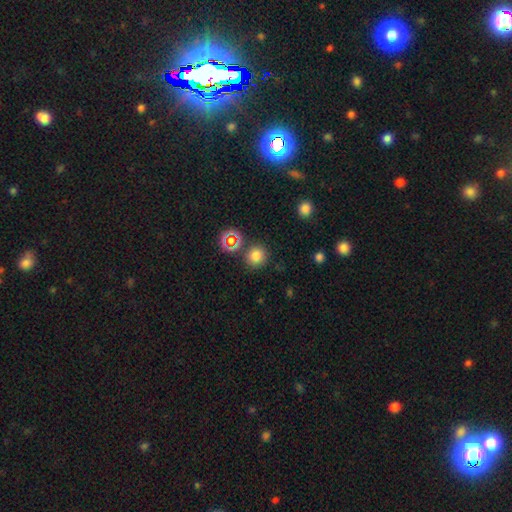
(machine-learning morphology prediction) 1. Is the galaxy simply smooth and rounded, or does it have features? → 76% smooth, 18% star or artifact, 6% featured or disk.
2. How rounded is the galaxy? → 92% round, 8% in between, 1% cigar-shaped.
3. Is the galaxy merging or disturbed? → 84% none, 8% minor disturbance, 6% merger, 3% major disturbance.